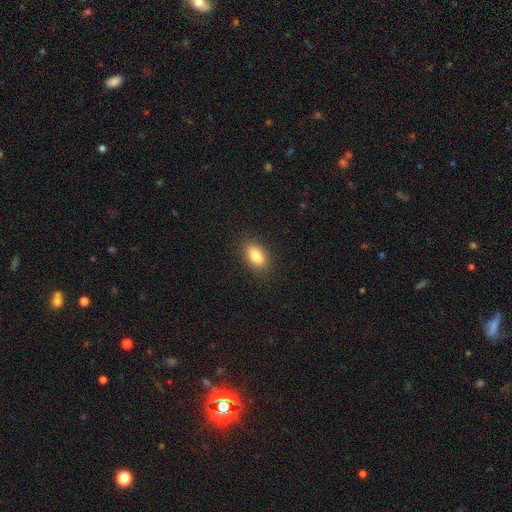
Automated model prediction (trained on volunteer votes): Overall: smooth (82%). How rounded: in between (87%). Merging: none (87%).